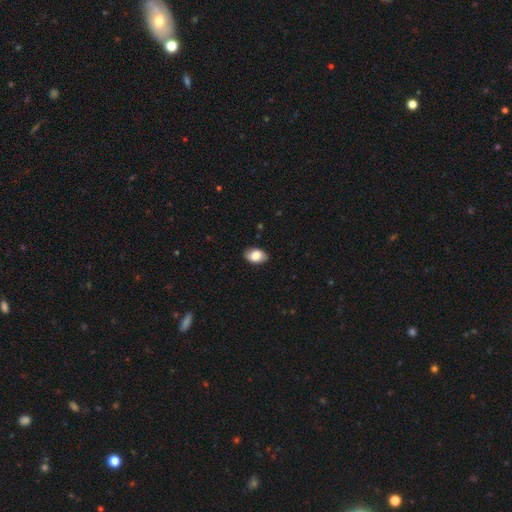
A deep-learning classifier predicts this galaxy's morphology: A smooth galaxy with no disk features (83%) that is in between round and cigar-shaped (89%). Merging: none (86%).